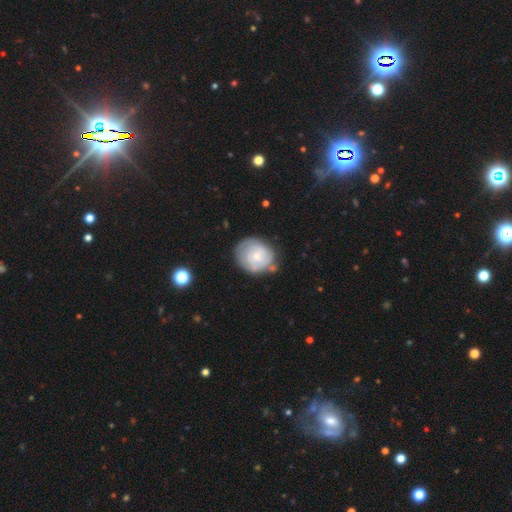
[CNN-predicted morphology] type=featured or disk (56%); edge-on=no (97%); bar=no (81%); spiral arms=yes (69%); bulge=small (68%); merging=none (65%).